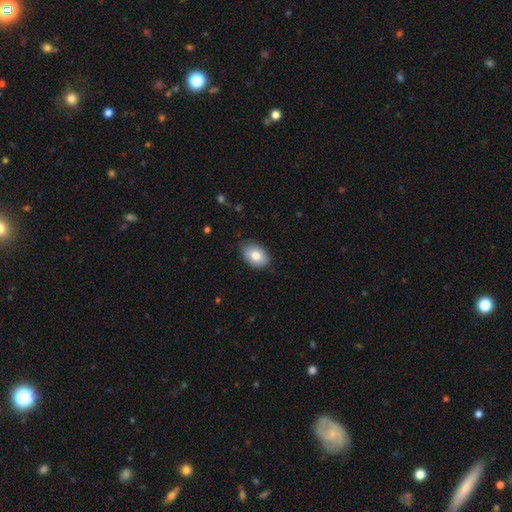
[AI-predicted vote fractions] A smooth galaxy with no disk features (82%) that is in between round and cigar-shaped (84%). Merging: none (84%).